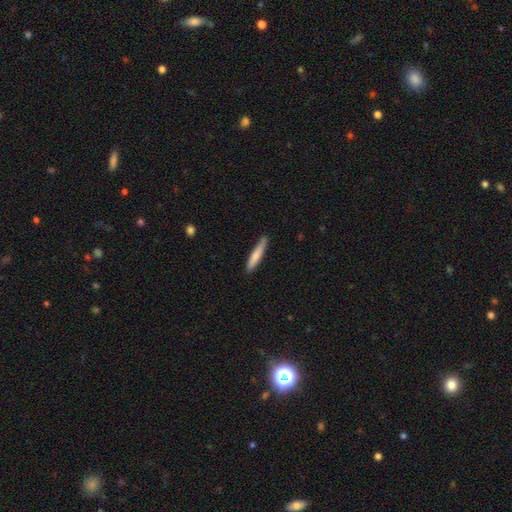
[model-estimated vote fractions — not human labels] A smooth galaxy with no disk features (73%) that is cigar-shaped (93%). Merging: none (82%).